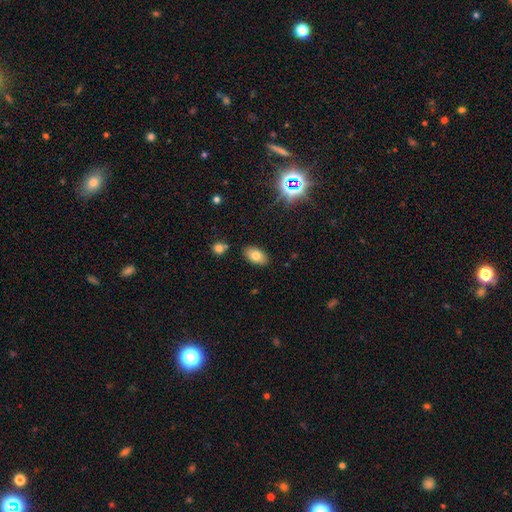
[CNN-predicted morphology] smooth_or_featured: smooth (p=0.75) [alt: featured or disk p=0.14]
how_rounded: in between (p=0.92) [alt: round p=0.06]
merging: none (p=0.85) [alt: minor disturbance p=0.10]